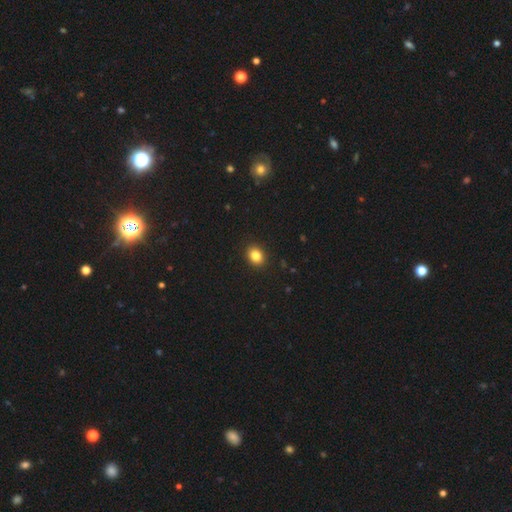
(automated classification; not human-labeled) This appears to be a smooth galaxy with no disk features (84%) that is in between round and cigar-shaped (51%). Merging: none (91%).